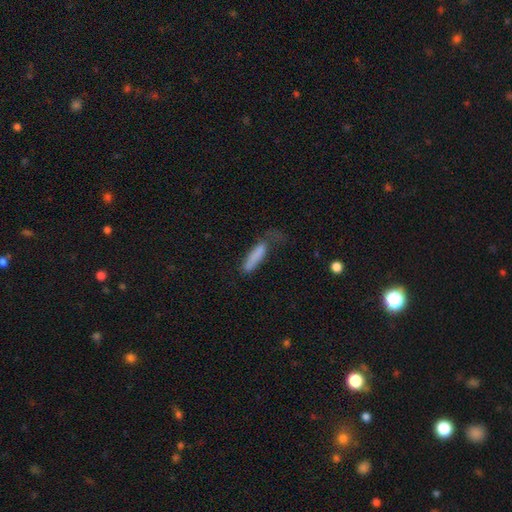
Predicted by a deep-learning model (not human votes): smooth_or_featured: smooth (p=0.79) [alt: featured or disk p=0.13]
how_rounded: cigar-shaped (p=0.76) [alt: in between p=0.22]
merging: none (p=0.39) [alt: minor disturbance p=0.29]